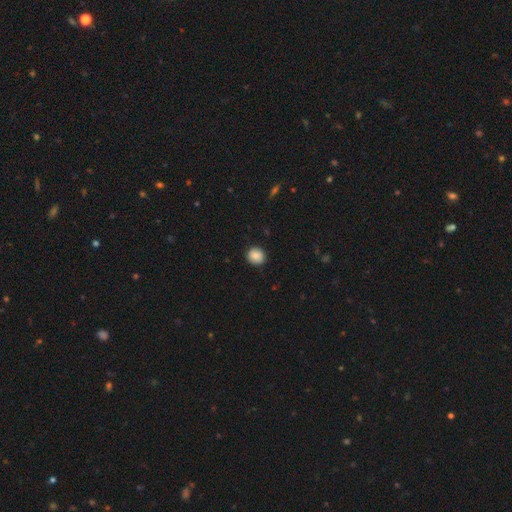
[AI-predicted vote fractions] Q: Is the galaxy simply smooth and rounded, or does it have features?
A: smooth — 86%.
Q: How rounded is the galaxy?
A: round — 85%.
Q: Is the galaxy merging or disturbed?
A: none — 89%.